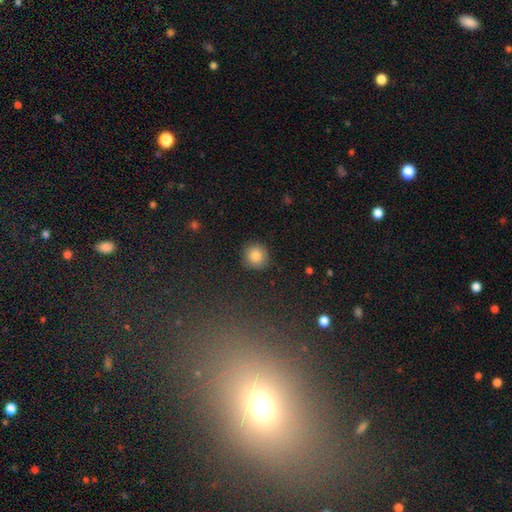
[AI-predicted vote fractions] smooth-or-featured: smooth: 85% | star or artifact: 9% | featured or disk: 6%
  how-rounded: round: 93% | in between: 6% | cigar-shaped: 1%
  merging: none: 89% | minor disturbance: 7% | major disturbance: 2% | merger: 1%